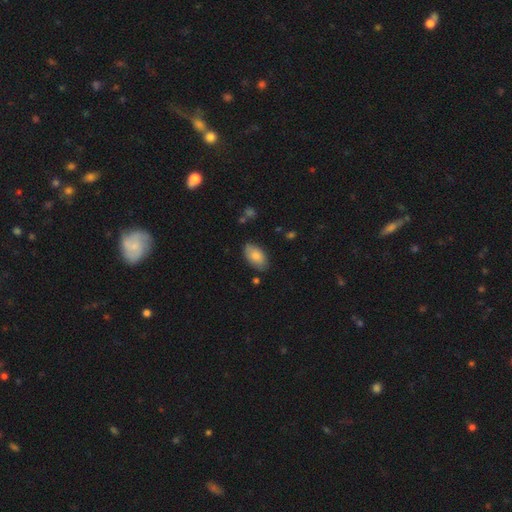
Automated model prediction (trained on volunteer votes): Overall: smooth (82%). How rounded: in between (94%). Merging: none (80%).